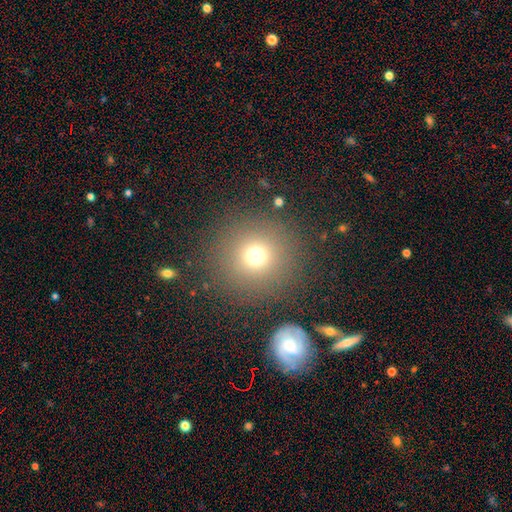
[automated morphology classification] Smooth or featured? Predicted: smooth (p=0.70). How rounded? Predicted: round (p=0.95). Merging? Predicted: none (p=0.87).